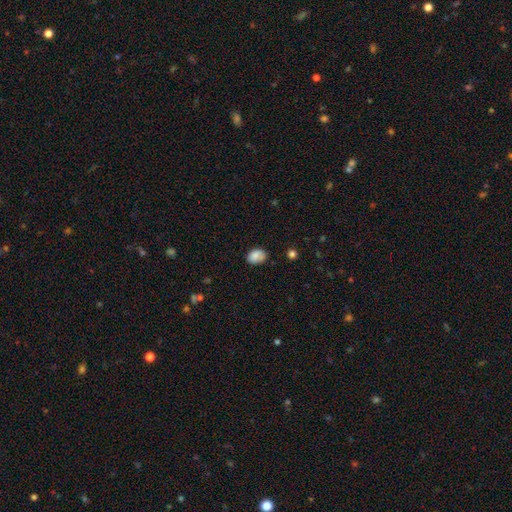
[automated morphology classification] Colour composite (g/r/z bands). It shows a smooth galaxy with no disk features (81%) that is in between round and cigar-shaped (70%). Merging: none (67%).